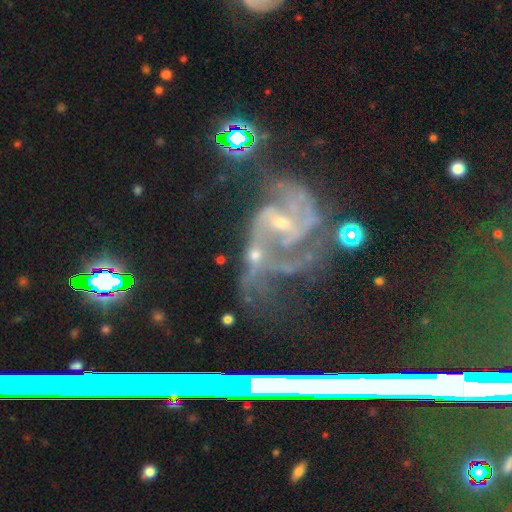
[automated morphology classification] Overall: featured or disk (81%). Edge-on disk: no (97%). Bar: weak (39%; no 37%). Spiral arms: yes (85%). Spiral arm count: 2 (56%). Spiral winding: medium (42%; loose 41%). Bulge size: small (66%). Merging: major disturbance (31%; none 28%).